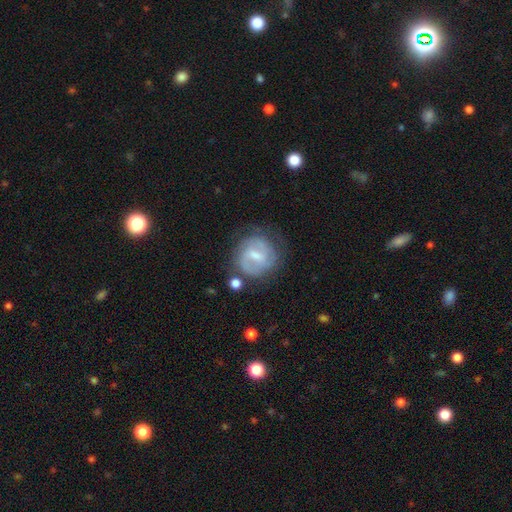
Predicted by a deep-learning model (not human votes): Morphology: type=featured or disk (71%); edge-on=no (97%); bar=weak (59%); spiral arms=yes (85%); winding=tight (42%, tied with medium); arm count=2 (57%); bulge=small (47%); merging=none (64%).